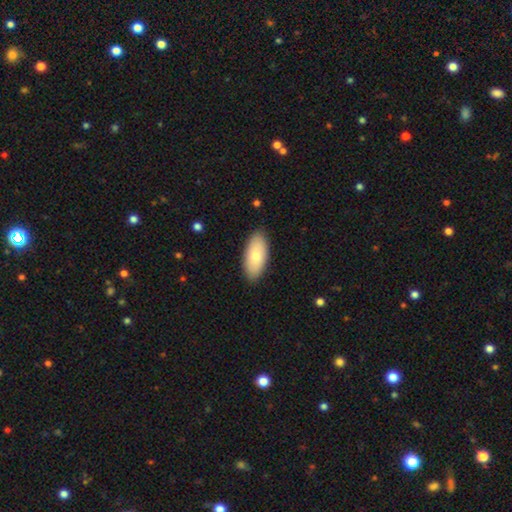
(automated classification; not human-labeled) Smooth or featured? Predicted: smooth (p=0.77). How rounded? Predicted: in between (p=0.91). Merging? Predicted: none (p=0.87).